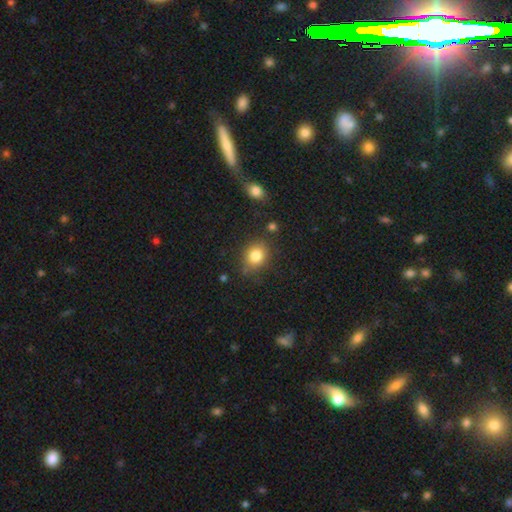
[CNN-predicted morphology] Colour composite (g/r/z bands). It shows a smooth galaxy with no disk features (83%) that is round (59%). Merging: none (78%).